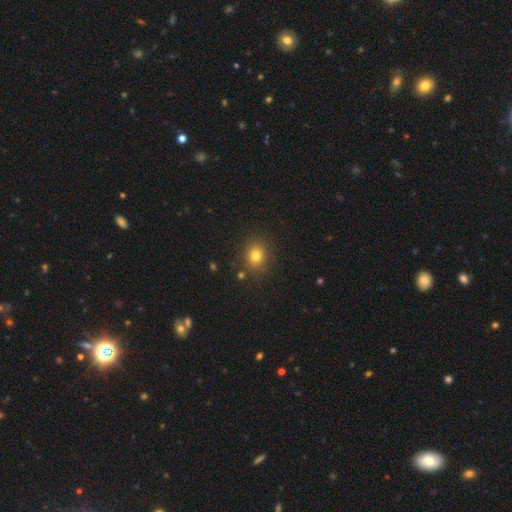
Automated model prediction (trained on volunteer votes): This appears to be a smooth galaxy with no disk features (79%) that is round (64%). Merging: none (86%).